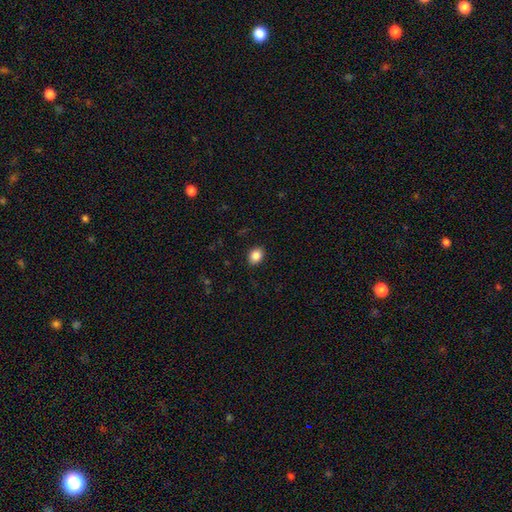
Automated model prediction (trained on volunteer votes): Smooth or featured?
  - smooth: 86% *
  - star or artifact: 9%
  - featured or disk: 5%
How rounded?
  - in between: 63% *
  - round: 36%
  - cigar-shaped: 1%
Merging?
  - none: 89% *
  - minor disturbance: 8%
  - major disturbance: 2%
  - merger: 1%